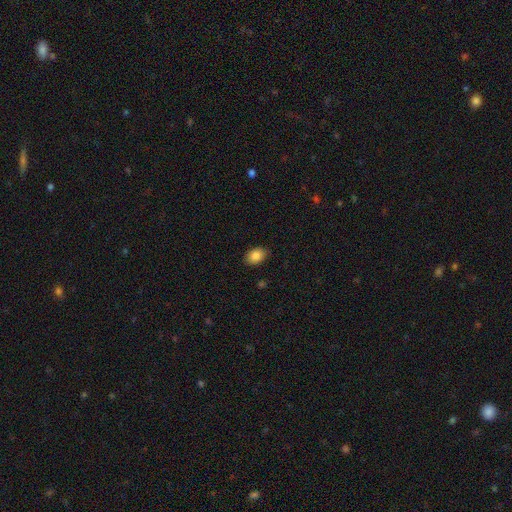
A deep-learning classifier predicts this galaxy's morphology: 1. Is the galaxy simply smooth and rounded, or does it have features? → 85% smooth, 8% star or artifact, 7% featured or disk.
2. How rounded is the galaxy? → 80% in between, 19% round, 1% cigar-shaped.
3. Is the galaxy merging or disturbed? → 88% none, 9% minor disturbance, 2% major disturbance, 1% merger.